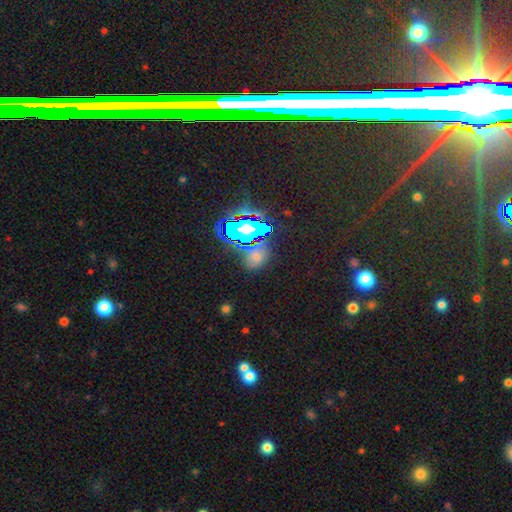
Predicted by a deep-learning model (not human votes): A star or artifact, not a galaxy (51%).

Vote fractions:
- Smooth or featured? star or artifact: 51% / smooth: 36% / featured or disk: 12%